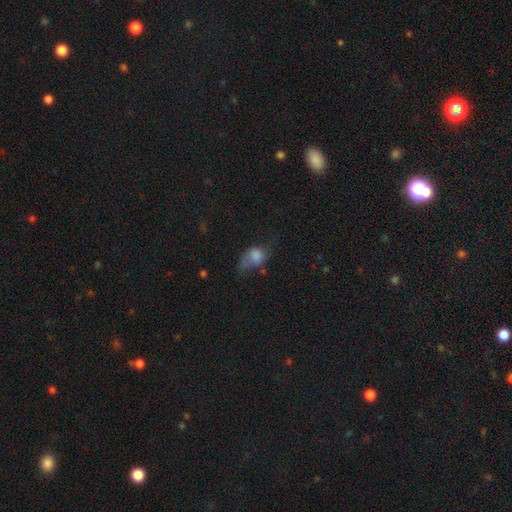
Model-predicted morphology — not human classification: type=smooth (66%); roundness=in between (66%); merging=major disturbance (35%).